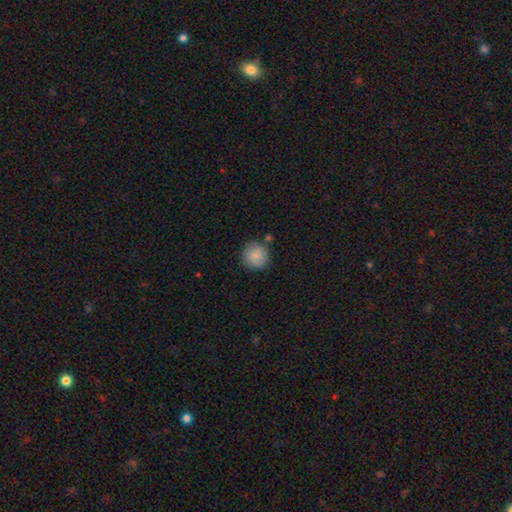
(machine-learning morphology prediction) Overall: smooth (85%). How rounded: round (92%). Merging: none (81%).